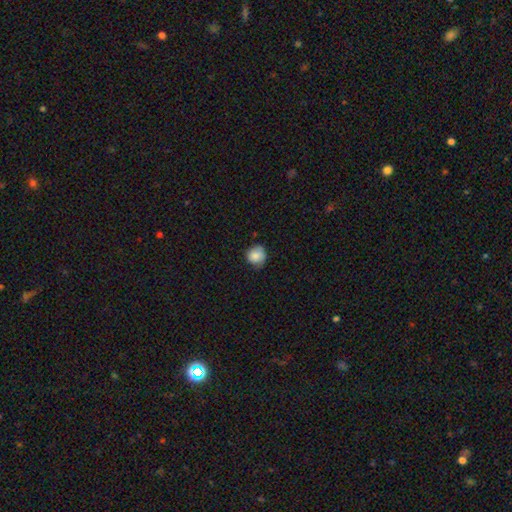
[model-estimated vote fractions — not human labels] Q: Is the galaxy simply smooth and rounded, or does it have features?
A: smooth — 81%.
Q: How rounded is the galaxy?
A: round — 85%.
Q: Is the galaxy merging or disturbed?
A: none — 67%.